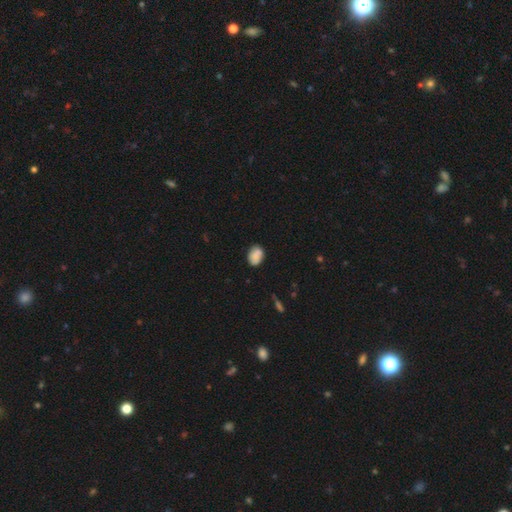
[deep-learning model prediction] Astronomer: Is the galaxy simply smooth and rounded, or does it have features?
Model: smooth — 84%.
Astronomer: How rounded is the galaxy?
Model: in between — 74%.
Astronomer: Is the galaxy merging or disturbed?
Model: none — 75%.